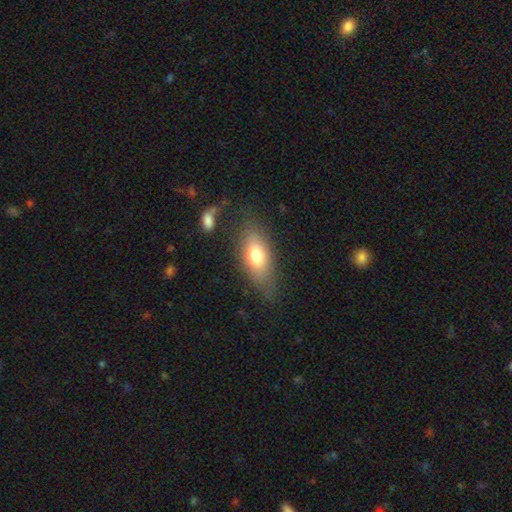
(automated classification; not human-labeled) Smooth or featured? Predicted: smooth (p=0.69). How rounded? Predicted: in between (p=0.82). Merging? Predicted: none (p=0.67).